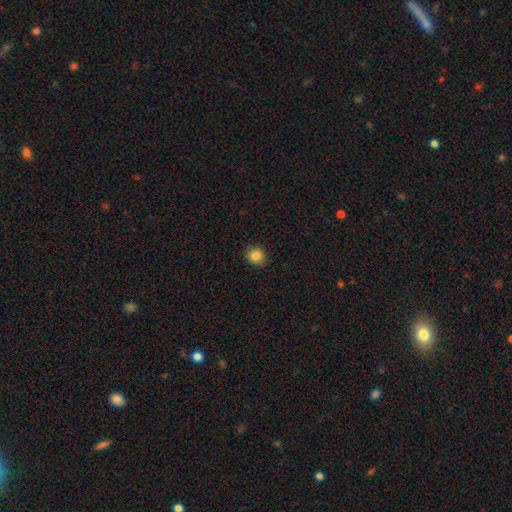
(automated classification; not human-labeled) Smooth or featured? smooth (85%)
How rounded? round (80%)
Merging? none (89%)